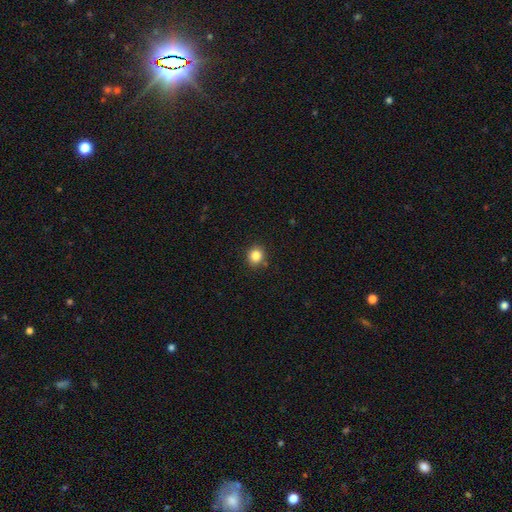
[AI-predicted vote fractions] smooth-or-featured: smooth: 84% | star or artifact: 11% | featured or disk: 5%
  how-rounded: round: 84% | in between: 16% | cigar-shaped: 1%
  merging: none: 88% | minor disturbance: 8% | major disturbance: 2% | merger: 2%